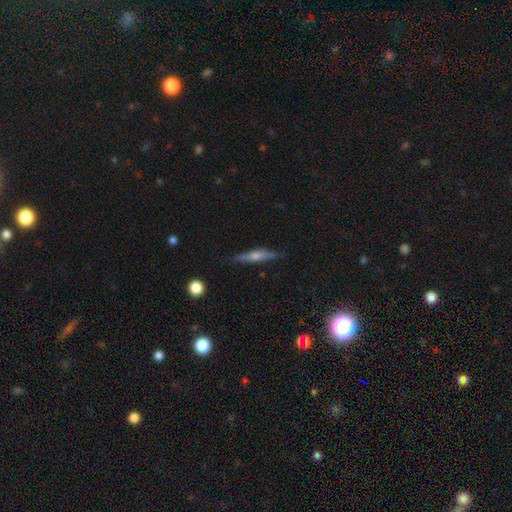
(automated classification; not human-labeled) Smooth or featured? Predicted: featured or disk (p=0.58). Edge-on disk? Predicted: yes (p=0.94). Edge-on bulge? Predicted: rounded (p=0.76). Merging? Predicted: none (p=0.86).